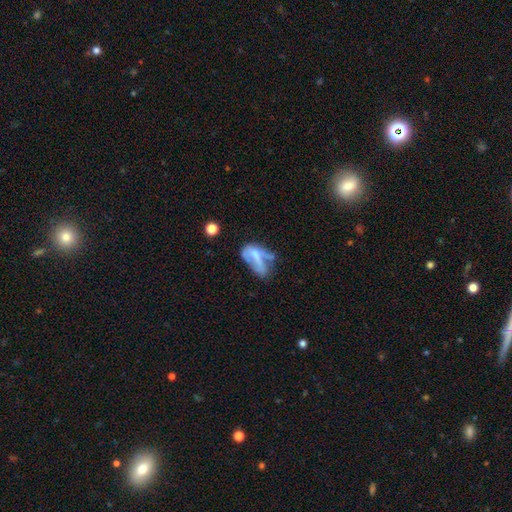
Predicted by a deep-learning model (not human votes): Smooth or featured? Predicted: featured or disk (p=0.45). Merging? Predicted: major disturbance (p=0.38).